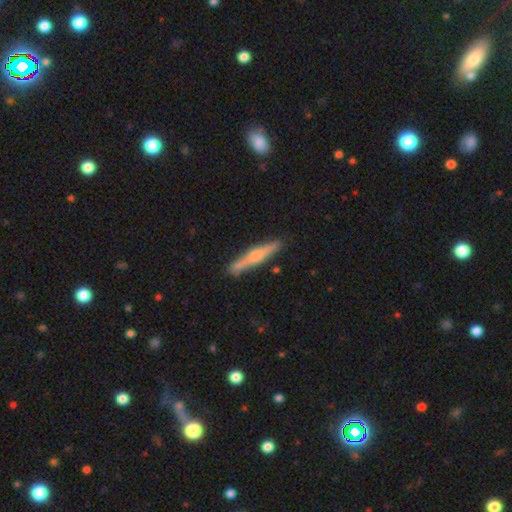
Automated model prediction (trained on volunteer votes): Smooth or featured? Predicted: featured or disk (p=0.60). Edge-on disk? Predicted: yes (p=0.96). Edge-on bulge? Predicted: rounded (p=0.82). Merging? Predicted: none (p=0.87).